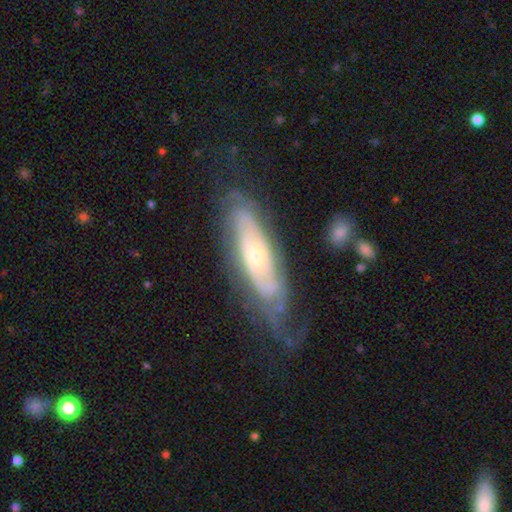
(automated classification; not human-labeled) Smooth or featured: featured or disk — 77% (smooth — 17%)
Edge-on disk: no — 77% (yes — 23%)
Bar: no — 74% (weak — 20%)
Spiral arms: yes — 84% (no — 16%)
Bulge size: small — 58% (moderate — 37%)
Merging: none — 58% (minor disturbance — 25%)